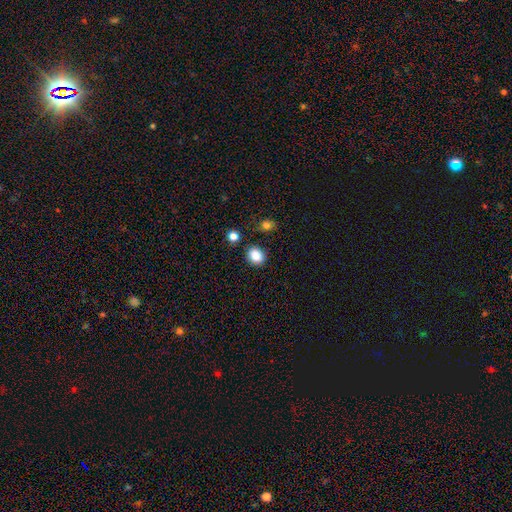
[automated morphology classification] smooth-or-featured: smooth: 86% | star or artifact: 10% | featured or disk: 4%
  how-rounded: round: 59% | in between: 40% | cigar-shaped: 1%
  merging: none: 83% | minor disturbance: 11% | merger: 4% | major disturbance: 3%